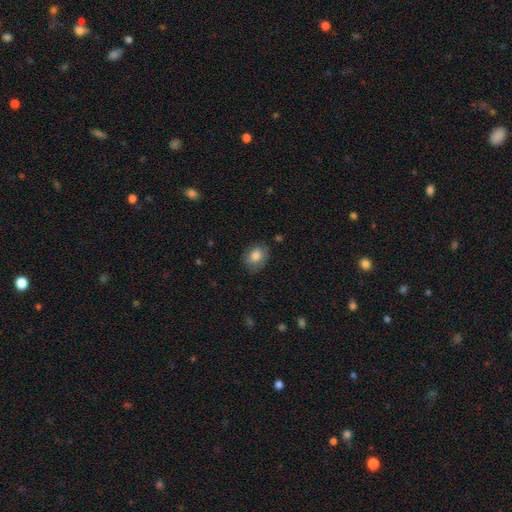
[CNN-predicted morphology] Overall: smooth (81%). How rounded: in between (52%; round 47%). Merging: none (77%).